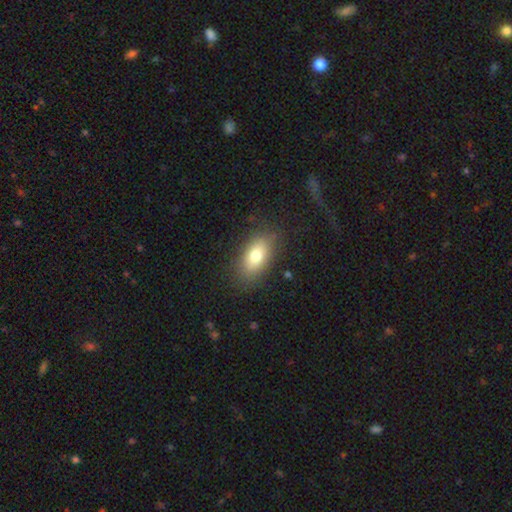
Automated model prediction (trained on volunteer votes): The model was most divided on "smooth or featured": smooth: 77%, featured or disk: 15%, star or artifact: 9%. More confident: how rounded — in between (88%); merging — none (83%).